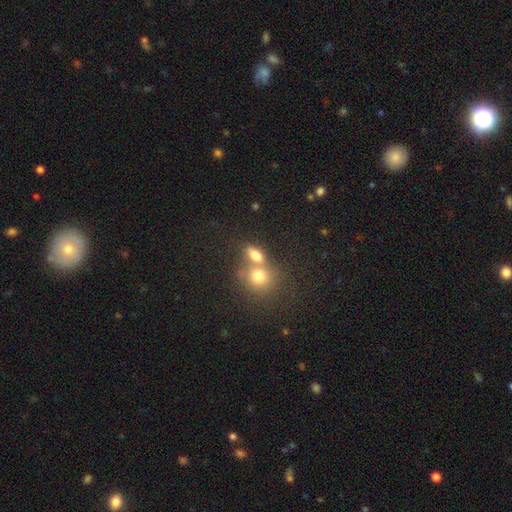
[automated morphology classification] A smooth galaxy with no disk features (74%) that is in between round and cigar-shaped (64%).

Vote fractions:
- Smooth or featured? smooth: 74% / featured or disk: 13% / star or artifact: 12%
- How rounded? in between: 64% / round: 32% / cigar-shaped: 4%
- Merging? merger: 53% / none: 35% / minor disturbance: 8% / major disturbance: 4%